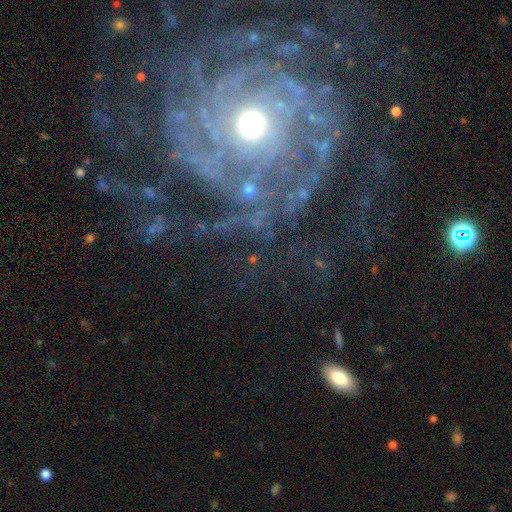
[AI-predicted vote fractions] smooth_or_featured: featured or disk (p=0.89) [alt: star or artifact p=0.07]
disk_edge_on: no (p=0.97) [alt: yes p=0.03]
bar: no (p=0.75) [alt: weak p=0.16]
has_spiral_arms: yes (p=0.96) [alt: no p=0.04]
spiral_winding: tight (p=0.73) [alt: medium p=0.21]
spiral_arm_count: can't tell (p=0.25) [alt: more than 4 p=0.22]
bulge_size: moderate (p=0.62) [alt: small p=0.30]
merging: none (p=0.68) [alt: major disturbance p=0.15]